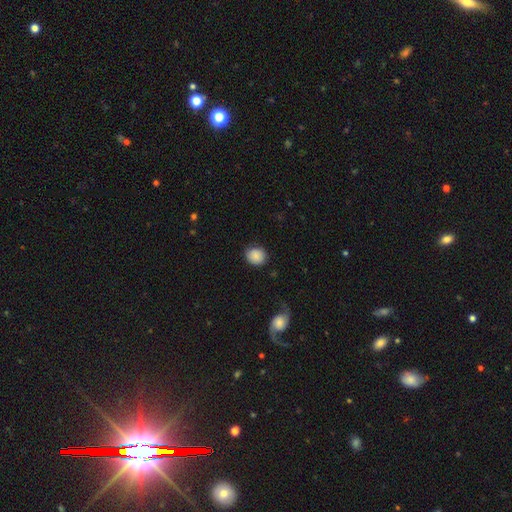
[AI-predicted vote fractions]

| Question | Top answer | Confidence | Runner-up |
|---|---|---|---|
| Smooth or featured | smooth | 86% | star or artifact (8%) |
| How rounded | round | 69% | in between (30%) |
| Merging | none | 81% | minor disturbance (13%) |